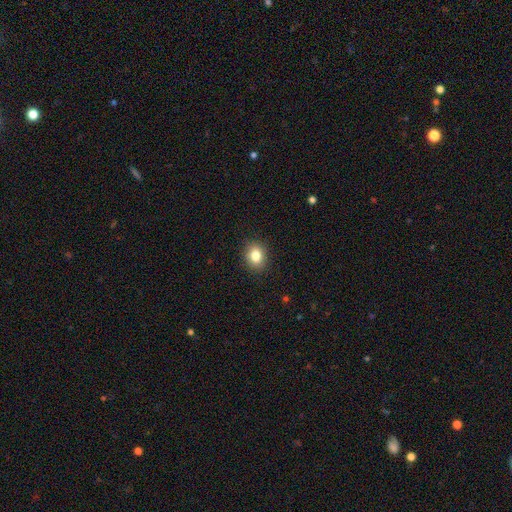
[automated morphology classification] A smooth galaxy with no disk features (83%) that is in between round and cigar-shaped (50%). Merging: none (89%).